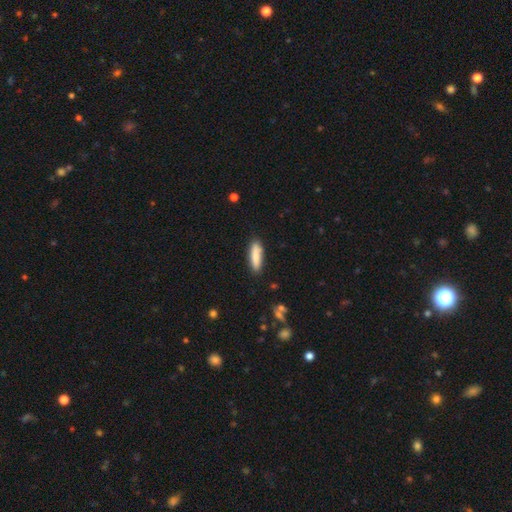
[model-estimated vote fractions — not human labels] A smooth galaxy with no disk features (85%) that is cigar-shaped (62%). Merging: none (83%).